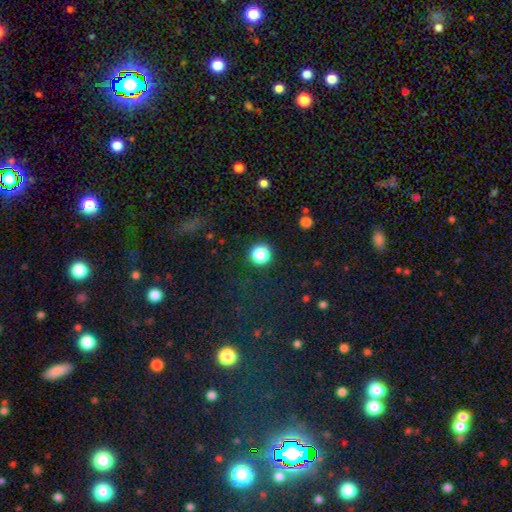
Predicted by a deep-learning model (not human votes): Smooth or featured? Predicted: star or artifact (p=0.73).